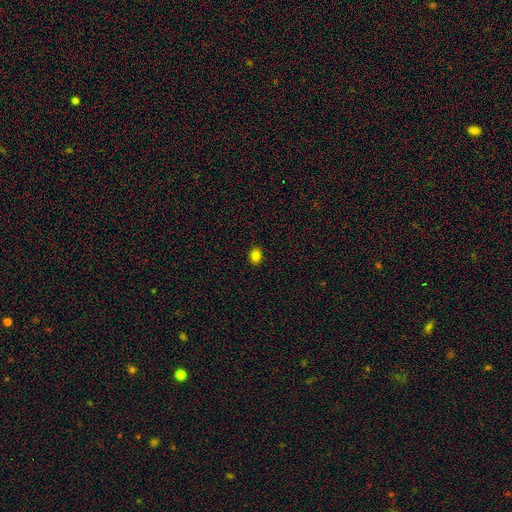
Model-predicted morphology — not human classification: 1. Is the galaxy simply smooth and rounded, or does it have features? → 84% smooth, 12% star or artifact, 5% featured or disk.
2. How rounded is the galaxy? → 60% in between, 39% round, 1% cigar-shaped.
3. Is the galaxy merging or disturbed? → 90% none, 8% minor disturbance, 2% major disturbance, 1% merger.